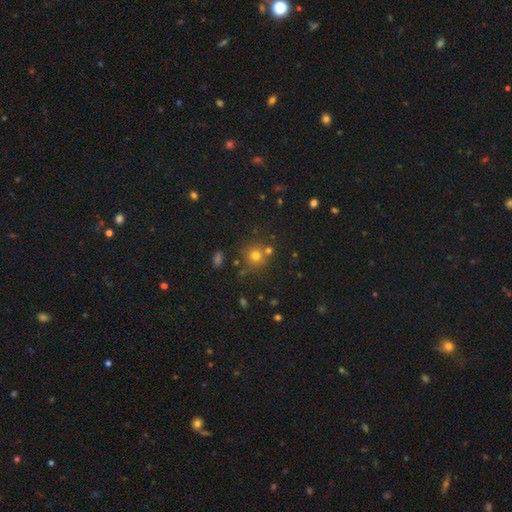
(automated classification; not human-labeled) This appears to be a smooth galaxy with no disk features (71%) that is round (90%). Merging: none (70%).